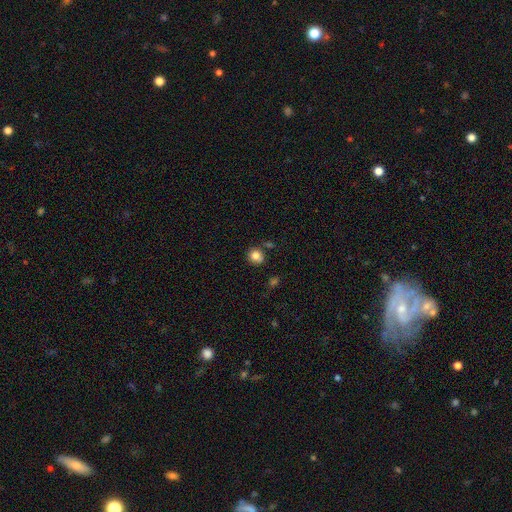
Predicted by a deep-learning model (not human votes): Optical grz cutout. It shows a smooth galaxy with no disk features (83%) that is round (83%). Merging: none (79%).